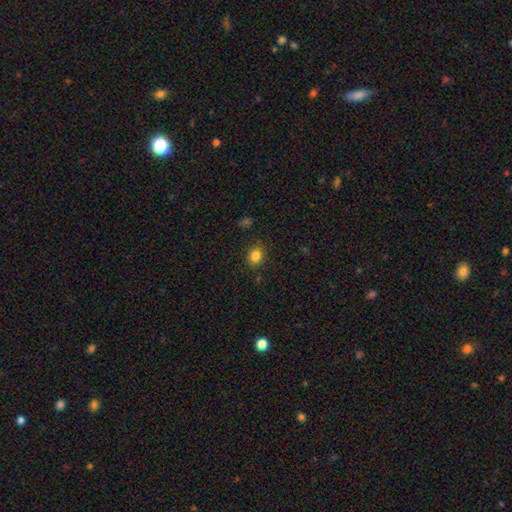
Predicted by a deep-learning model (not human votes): This appears to be a smooth galaxy with no disk features (84%) that is round (53%). Merging: none (85%).